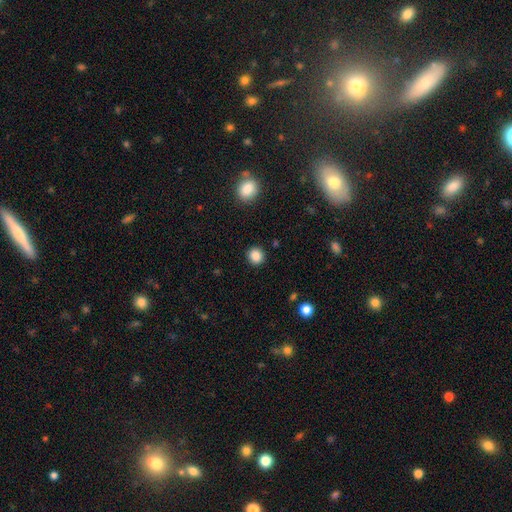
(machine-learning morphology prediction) smooth_or_featured: smooth (p=0.87) [alt: star or artifact p=0.10]
how_rounded: round (p=0.90) [alt: in between p=0.09]
merging: none (p=0.91) [alt: minor disturbance p=0.06]